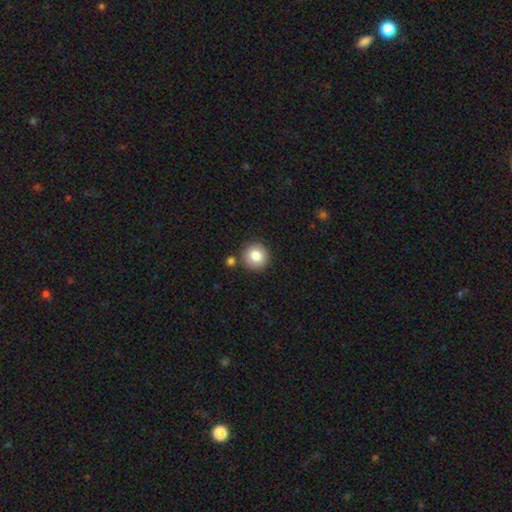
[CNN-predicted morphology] Smooth or featured? smooth (84%)
How rounded? round (94%)
Merging? none (83%)